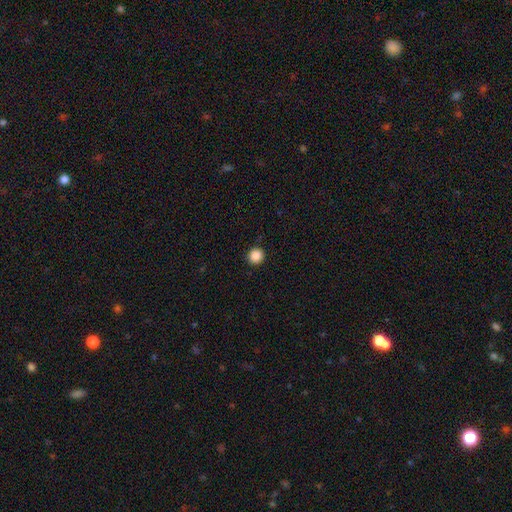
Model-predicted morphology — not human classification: A smooth galaxy with no disk features (88%) that is round (95%). Merging: none (92%).